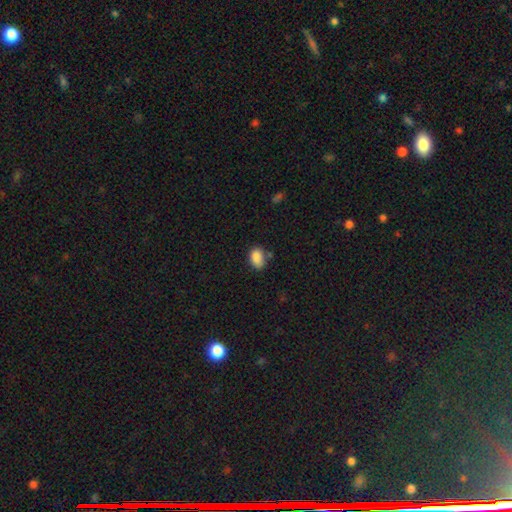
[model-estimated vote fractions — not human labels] smooth-or-featured: smooth: 87% | star or artifact: 8% | featured or disk: 5%
  how-rounded: in between: 85% | round: 14% | cigar-shaped: 1%
  merging: none: 65% | minor disturbance: 23% | merger: 8% | major disturbance: 5%